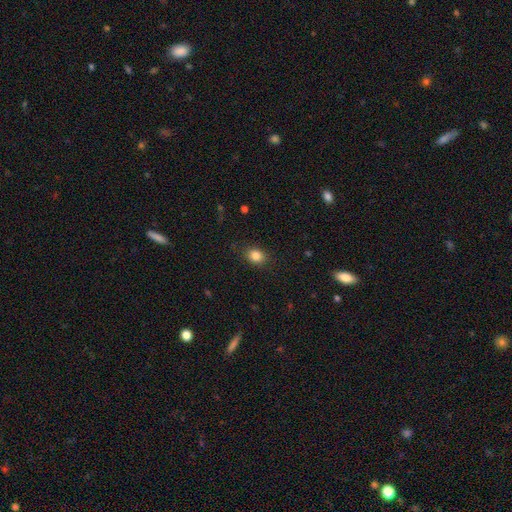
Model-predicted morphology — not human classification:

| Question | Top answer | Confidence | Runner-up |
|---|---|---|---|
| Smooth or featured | smooth | 85% | star or artifact (10%) |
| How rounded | in between | 55% | round (44%) |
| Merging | none | 85% | minor disturbance (11%) |